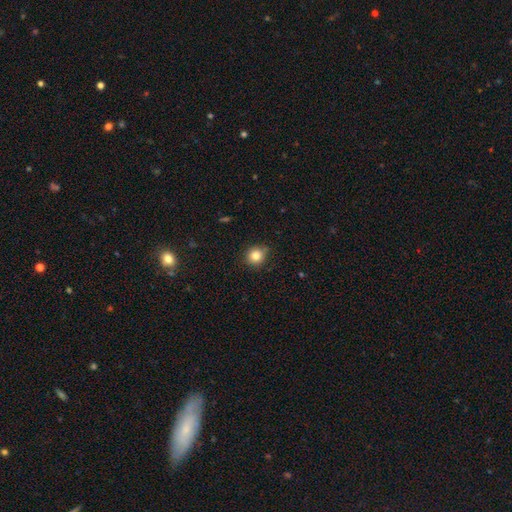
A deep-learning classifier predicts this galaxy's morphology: Smooth or featured?
  - smooth: 83% *
  - star or artifact: 11%
  - featured or disk: 6%
How rounded?
  - round: 85% *
  - in between: 14%
  - cigar-shaped: 1%
Merging?
  - none: 80% *
  - minor disturbance: 16%
  - major disturbance: 3%
  - merger: 1%